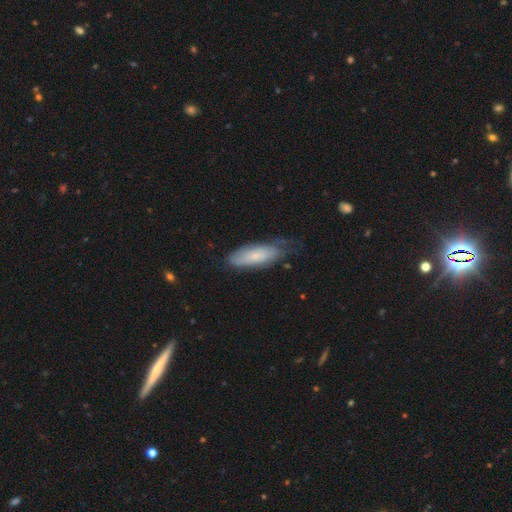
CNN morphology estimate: The model was most divided on "merging": none: 46%, minor disturbance: 37%, major disturbance: 15%, merger: 2%. More confident: smooth or featured — smooth (62%); how rounded — in between (61%).